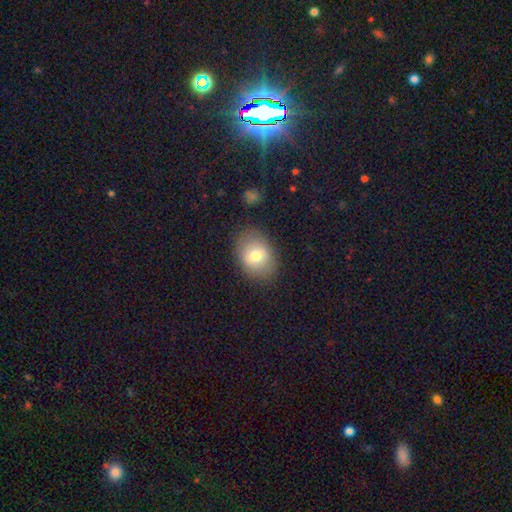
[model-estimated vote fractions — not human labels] Smooth or featured?
  - smooth: 73% *
  - featured or disk: 18%
  - star or artifact: 9%
How rounded?
  - in between: 66% *
  - round: 33%
  - cigar-shaped: 1%
Merging?
  - none: 81% *
  - minor disturbance: 13%
  - major disturbance: 4%
  - merger: 2%